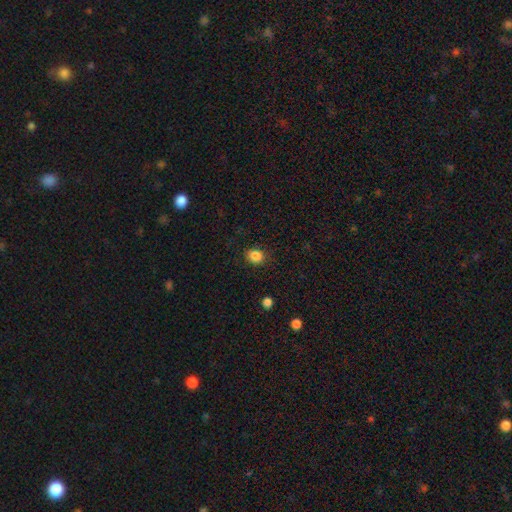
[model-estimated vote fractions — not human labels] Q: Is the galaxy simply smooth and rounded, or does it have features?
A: smooth — 84%.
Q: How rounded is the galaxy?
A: round — 54%.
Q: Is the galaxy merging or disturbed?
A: none — 84%.